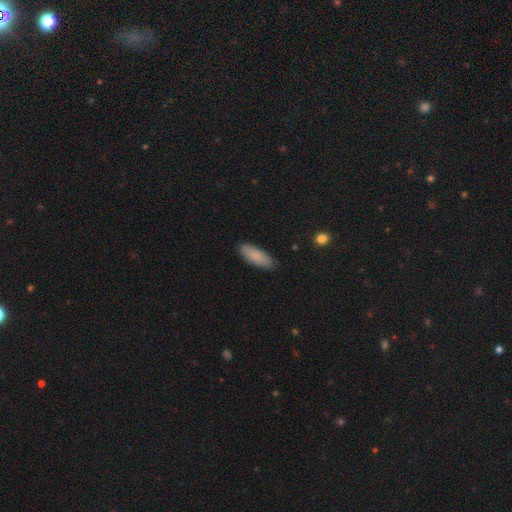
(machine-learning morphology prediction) Smooth or featured?
  - smooth: 85% *
  - featured or disk: 9%
  - star or artifact: 6%
How rounded?
  - in between: 66% *
  - cigar-shaped: 32%
  - round: 2%
Merging?
  - none: 86% *
  - minor disturbance: 11%
  - major disturbance: 2%
  - merger: 1%